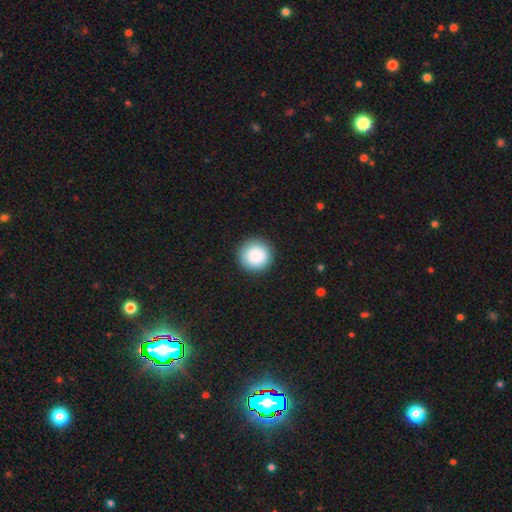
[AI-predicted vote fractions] Smooth or featured? smooth (89%)
How rounded? round (96%)
Merging? none (92%)